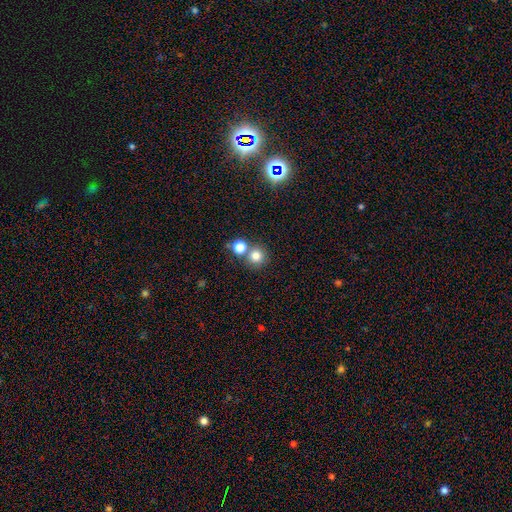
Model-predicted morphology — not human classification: type=smooth (78%); roundness=round (93%); merging=none (68%).